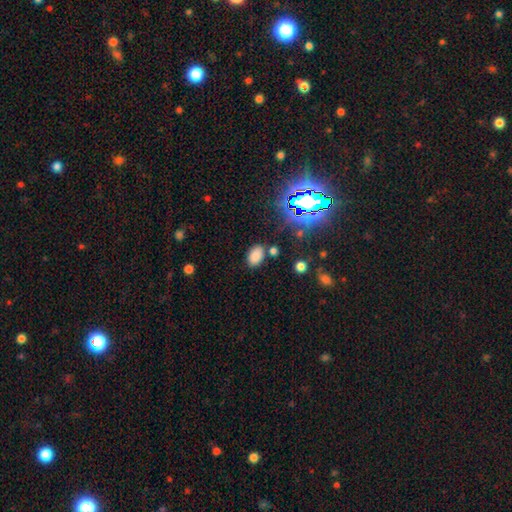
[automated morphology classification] A smooth galaxy with no disk features (77%) that is in between round and cigar-shaped (89%). Merging: none (79%).